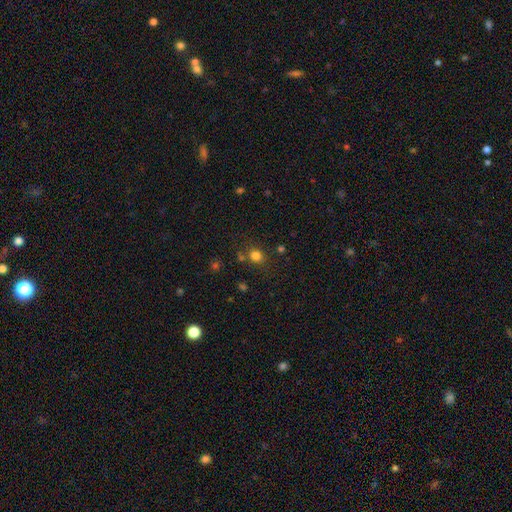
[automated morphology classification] A smooth galaxy with no disk features (79%) that is round (77%).

Vote fractions:
- Smooth or featured? smooth: 79% / star or artifact: 16% / featured or disk: 6%
- How rounded? round: 77% / in between: 22% / cigar-shaped: 1%
- Merging? none: 75% / minor disturbance: 11% / merger: 10% / major disturbance: 4%